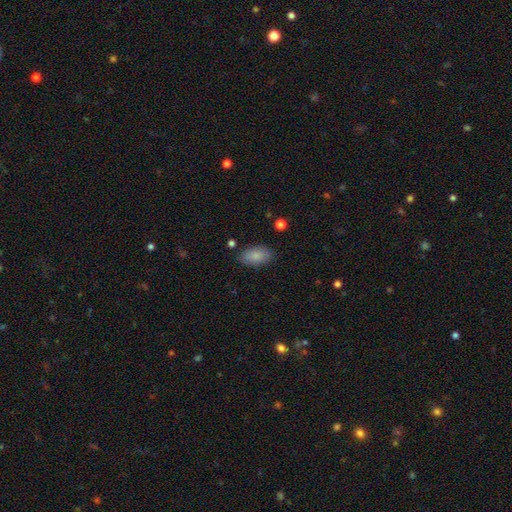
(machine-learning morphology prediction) Smooth or featured: smooth — 85% (featured or disk — 8%)
How rounded: in between — 93% (round — 5%)
Merging: none — 82% (minor disturbance — 13%)